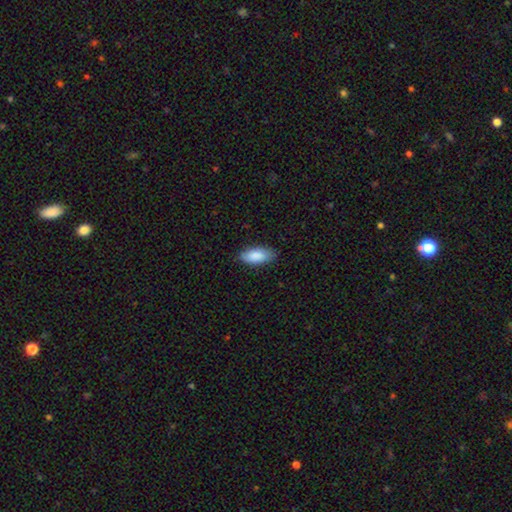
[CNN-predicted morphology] This is clearly a smooth galaxy (87%). How rounded: clearly in between (87%). Merging: clearly none (83%).